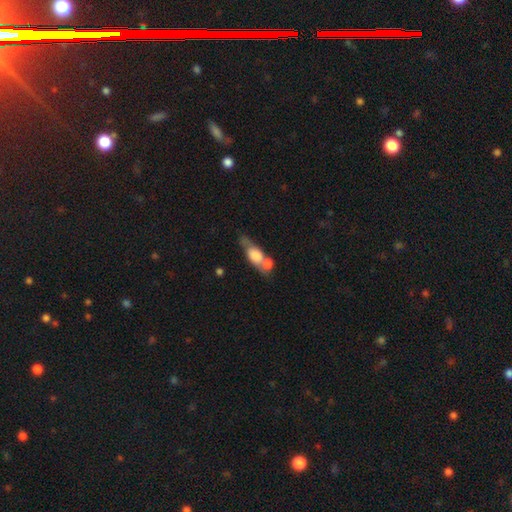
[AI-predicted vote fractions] Smooth or featured? smooth (59%)
How rounded? in between (60%)
Merging? merger (41%)